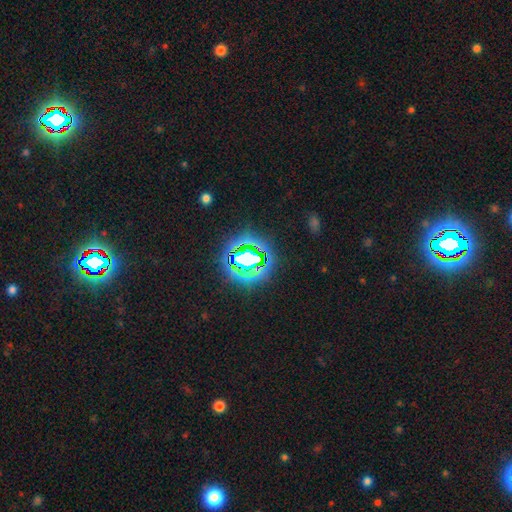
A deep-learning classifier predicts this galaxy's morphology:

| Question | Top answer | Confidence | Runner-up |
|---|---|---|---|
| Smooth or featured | star or artifact | 74% | smooth (14%) |